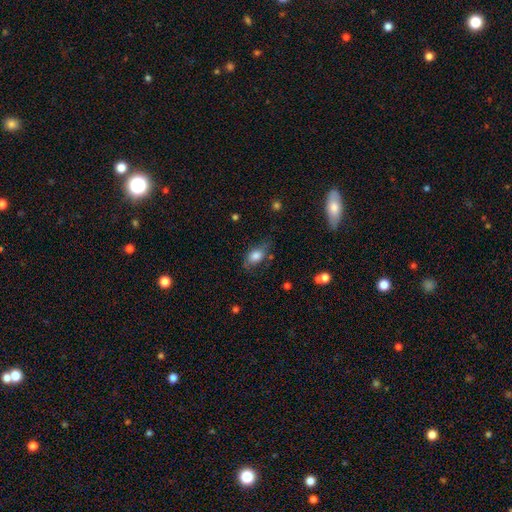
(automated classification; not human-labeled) The model was most divided on "merging": none: 59%, minor disturbance: 28%, major disturbance: 11%, merger: 2%. More confident: how rounded — in between (81%); smooth or featured — smooth (74%).